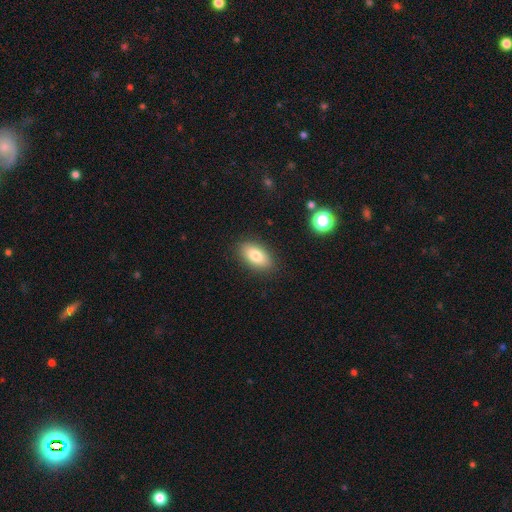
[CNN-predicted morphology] A smooth galaxy with no disk features (79%) that is in between round and cigar-shaped (90%).

Vote fractions:
- Smooth or featured? smooth: 79% / featured or disk: 13% / star or artifact: 8%
- How rounded? in between: 90% / round: 5% / cigar-shaped: 5%
- Merging? none: 87% / minor disturbance: 9% / major disturbance: 2% / merger: 1%